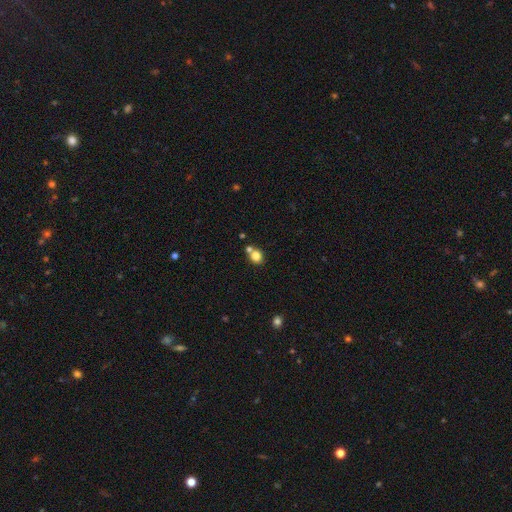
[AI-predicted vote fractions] Smooth or featured?
  - smooth: 81% *
  - star or artifact: 12%
  - featured or disk: 7%
How rounded?
  - round: 78% *
  - in between: 21%
  - cigar-shaped: 1%
Merging?
  - none: 61% *
  - merger: 26%
  - minor disturbance: 10%
  - major disturbance: 3%